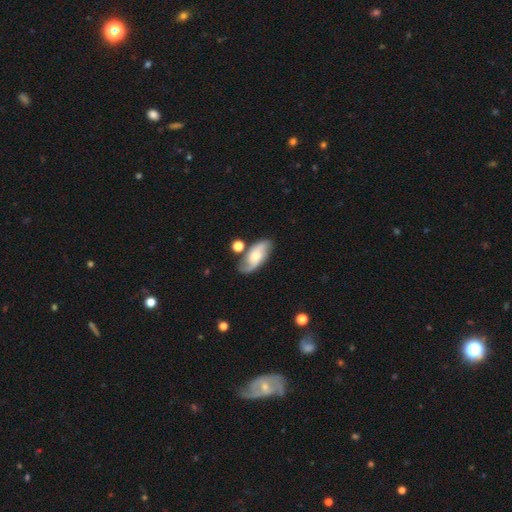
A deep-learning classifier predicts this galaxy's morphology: Overall: featured or disk (62%; smooth 31%). Edge-on disk: no (92%). Bar: no (63%; weak 30%). Spiral arms: yes (91%). Spiral arm count: 2 (84%). Spiral winding: medium (42%; loose 39%). Bulge size: small (45%; moderate 39%). Merging: none (68%).